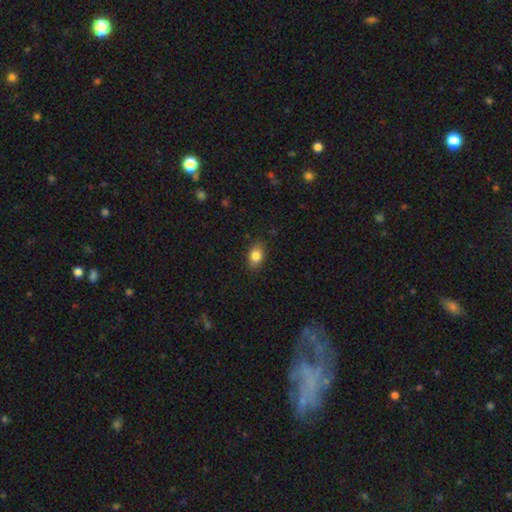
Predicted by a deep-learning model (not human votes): A smooth galaxy with no disk features (84%) that is in between round and cigar-shaped (80%). Merging: none (84%).